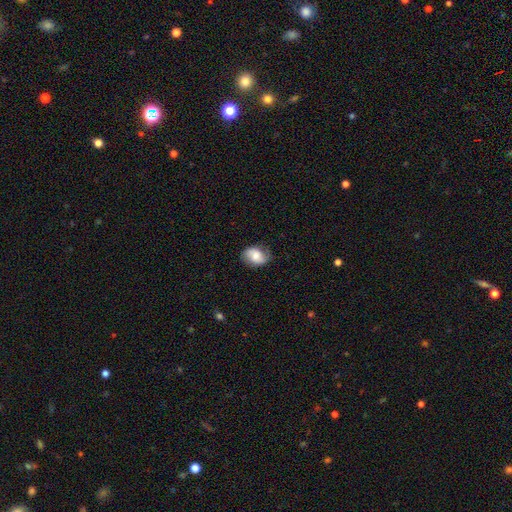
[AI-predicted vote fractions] Smooth or featured?
  - smooth: 53% *
  - featured or disk: 38%
  - star or artifact: 8%
How rounded?
  - in between: 70% *
  - round: 29%
  - cigar-shaped: 1%
Merging?
  - none: 74% *
  - minor disturbance: 20%
  - major disturbance: 5%
  - merger: 1%